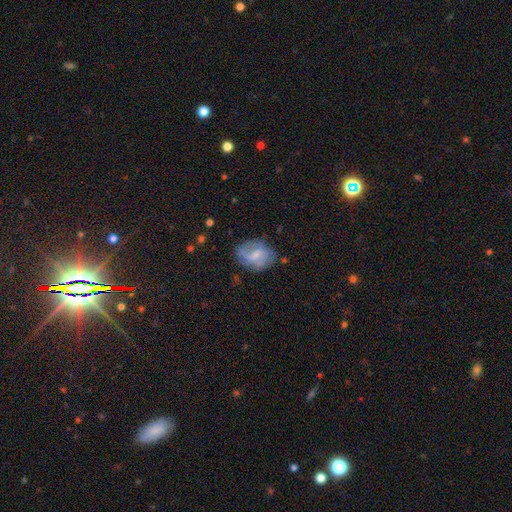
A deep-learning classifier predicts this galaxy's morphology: This appears to be a featured or disk galaxy (51%). Merging: none (58%).